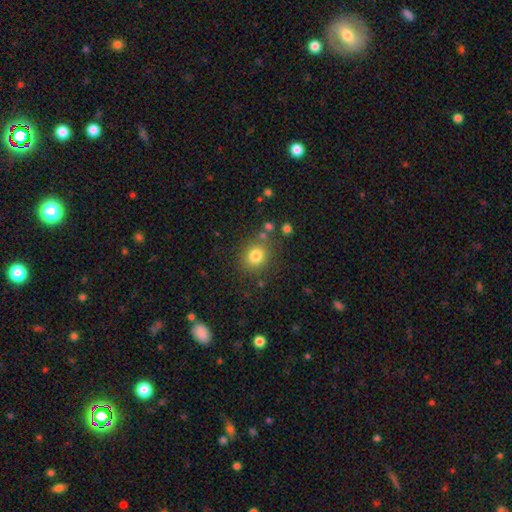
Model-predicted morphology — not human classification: smooth_or_featured: smooth (p=0.80) [alt: star or artifact p=0.13]
how_rounded: round (p=0.76) [alt: in between p=0.23]
merging: none (p=0.80) [alt: minor disturbance p=0.11]